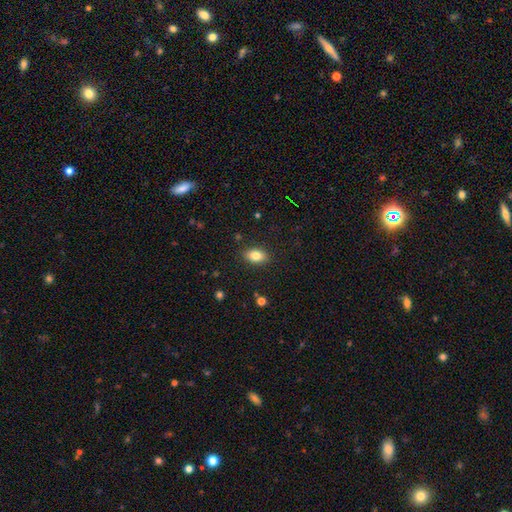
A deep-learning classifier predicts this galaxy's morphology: This appears to be a smooth galaxy with no disk features (82%) that is in between round and cigar-shaped (87%). Merging: none (88%).